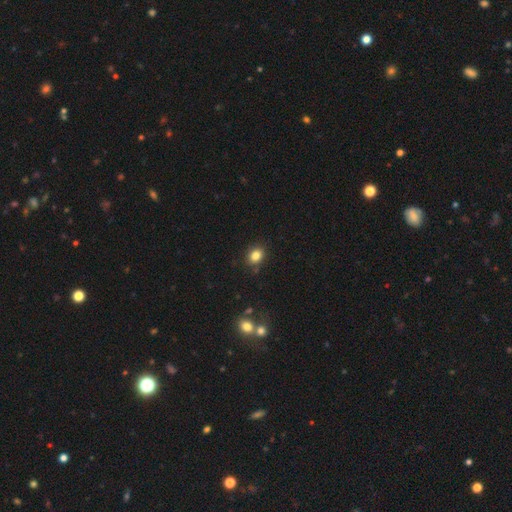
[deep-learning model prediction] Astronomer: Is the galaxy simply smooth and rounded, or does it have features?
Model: smooth — 83%.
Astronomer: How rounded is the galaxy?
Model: round — 51% (runner-up: in between, 48%).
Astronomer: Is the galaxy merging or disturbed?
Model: none — 85%.